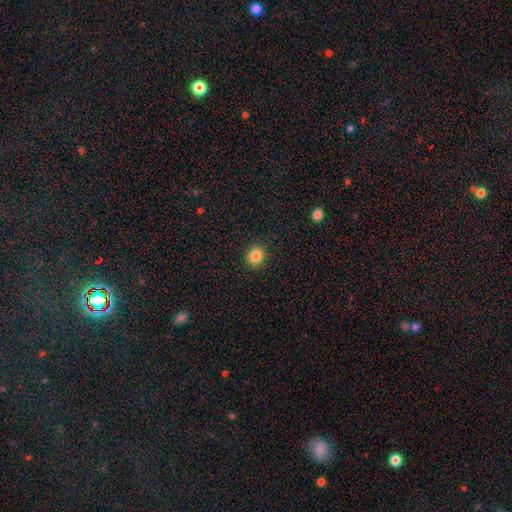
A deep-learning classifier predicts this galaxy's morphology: This appears to be a smooth galaxy with no disk features (85%) that is round (83%). Merging: none (90%).